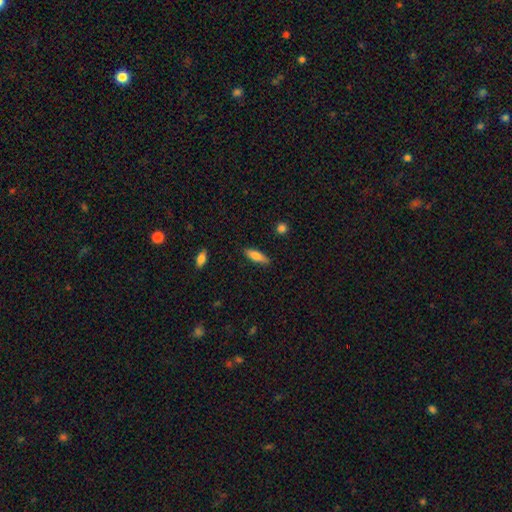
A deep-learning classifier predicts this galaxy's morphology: smooth-or-featured: smooth: 74% | featured or disk: 19% | star or artifact: 6%
  how-rounded: cigar-shaped: 52% | in between: 46% | round: 2%
  merging: none: 85% | minor disturbance: 11% | major disturbance: 2% | merger: 1%